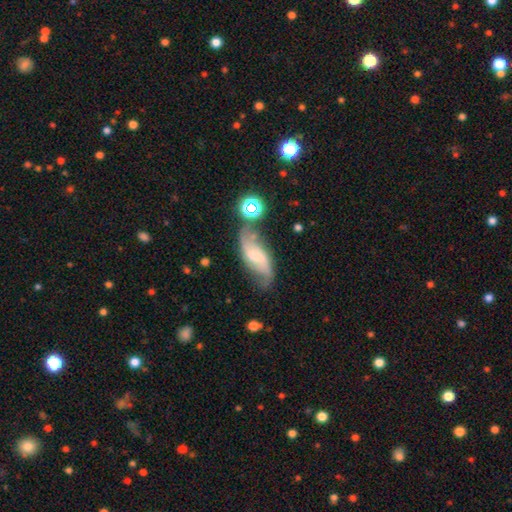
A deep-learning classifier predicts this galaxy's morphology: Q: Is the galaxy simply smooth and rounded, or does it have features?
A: featured or disk — 69%.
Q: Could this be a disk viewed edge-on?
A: no — 90%.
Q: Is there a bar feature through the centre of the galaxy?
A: weak — 50%.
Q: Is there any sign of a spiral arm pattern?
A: yes — 89%.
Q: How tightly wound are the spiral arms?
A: loose — 72%.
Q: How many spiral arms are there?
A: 2 — 88%.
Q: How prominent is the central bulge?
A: small — 47%.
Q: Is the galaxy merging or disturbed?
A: none — 59%.